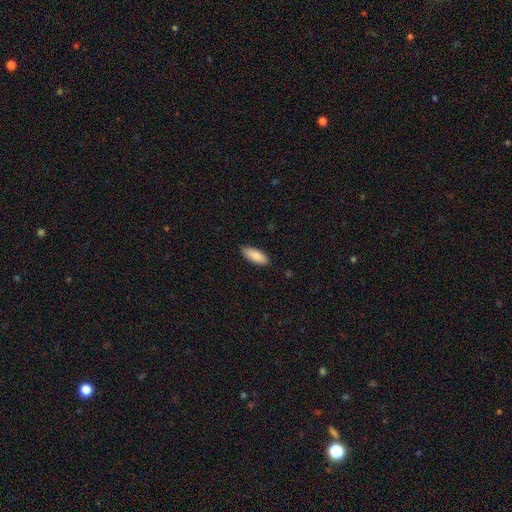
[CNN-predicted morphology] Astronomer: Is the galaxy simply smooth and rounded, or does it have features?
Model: smooth — 88%.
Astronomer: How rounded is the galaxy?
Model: in between — 78%.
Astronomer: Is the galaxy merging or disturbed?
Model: none — 87%.